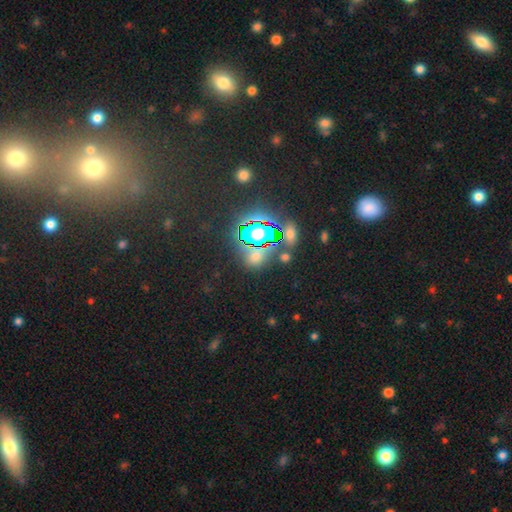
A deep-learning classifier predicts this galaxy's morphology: This appears to be a star or artifact, not a galaxy (55%).